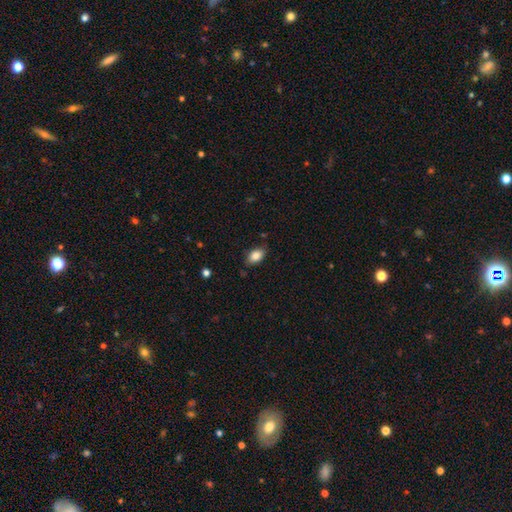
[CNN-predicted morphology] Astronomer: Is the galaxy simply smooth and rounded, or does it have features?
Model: smooth — 85%.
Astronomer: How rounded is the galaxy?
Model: in between — 88%.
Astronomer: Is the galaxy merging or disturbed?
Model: none — 82%.